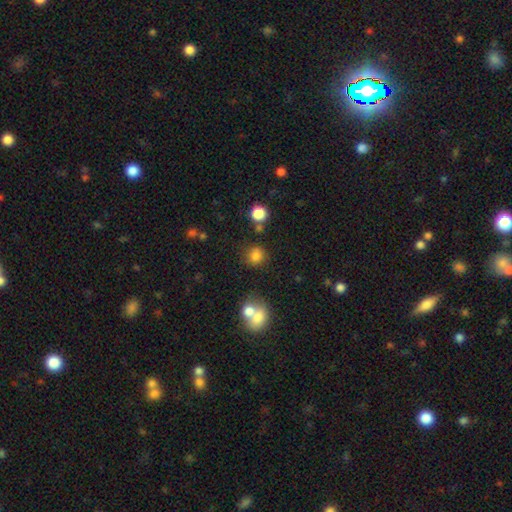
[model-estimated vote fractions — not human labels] smooth 80%, star or artifact 14%, featured or disk 6%. Down the decision tree: how rounded — round (84%); merging — none (74%).